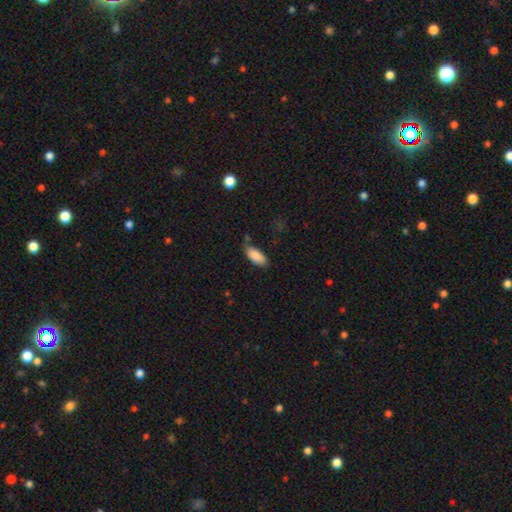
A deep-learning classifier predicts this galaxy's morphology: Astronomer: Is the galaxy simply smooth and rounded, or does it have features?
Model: smooth — 88%.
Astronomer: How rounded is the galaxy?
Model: in between — 88%.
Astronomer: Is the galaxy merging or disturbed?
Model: none — 72%.